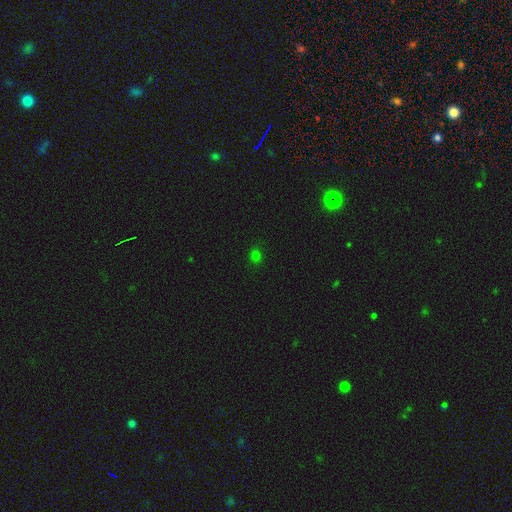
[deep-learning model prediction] The model was most divided on "smooth or featured": smooth: 74%, star or artifact: 22%, featured or disk: 4%. More confident: merging — none (90%); how rounded — round (79%).